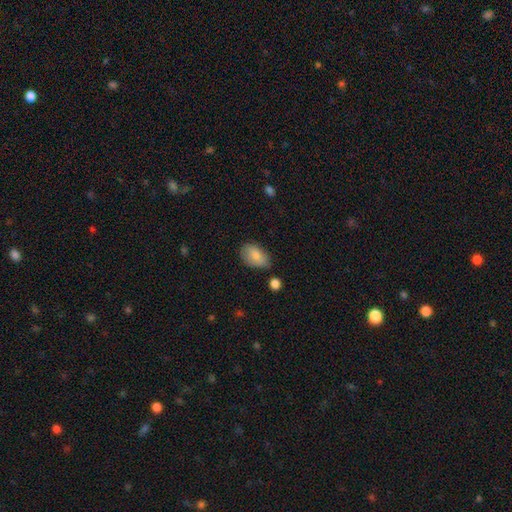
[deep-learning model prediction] Overall: smooth (81%). How rounded: in between (90%). Merging: none (67%).